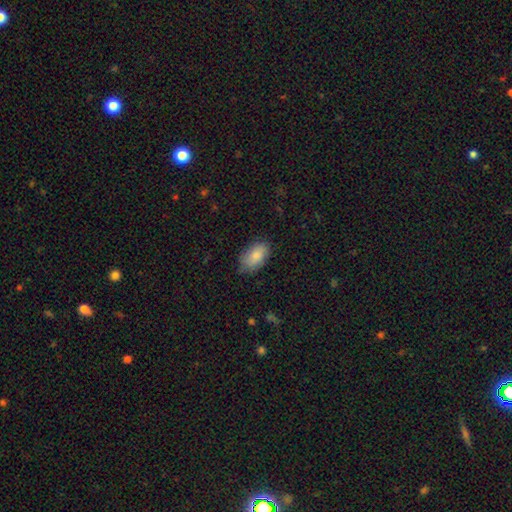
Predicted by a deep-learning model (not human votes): Smooth or featured? Predicted: smooth (p=0.87). How rounded? Predicted: in between (p=0.94). Merging? Predicted: none (p=0.76).